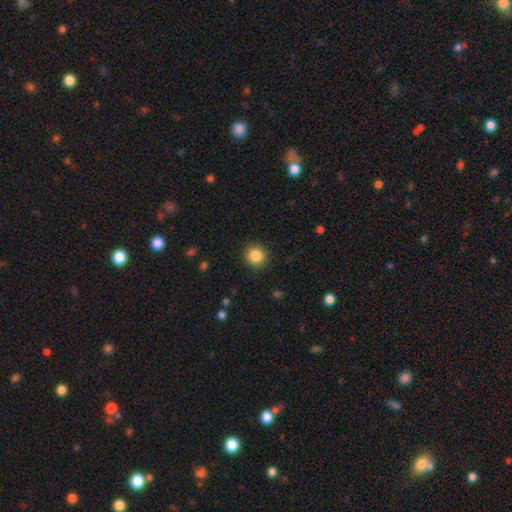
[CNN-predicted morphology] A smooth galaxy with no disk features (86%) that is round (92%). Merging: none (91%).